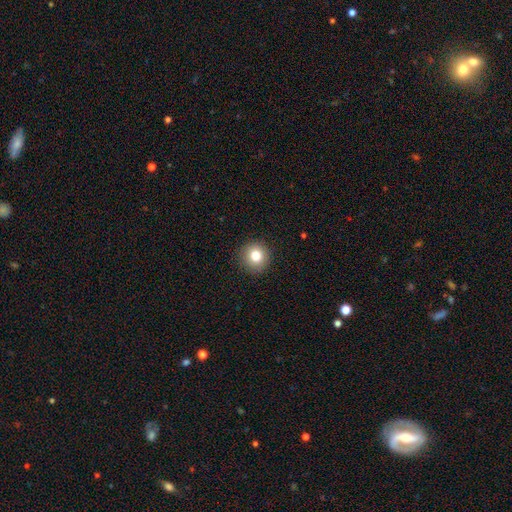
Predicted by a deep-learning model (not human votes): The model was most divided on "smooth or featured": smooth: 81%, star or artifact: 11%, featured or disk: 8%. More confident: how rounded — round (93%); merging — none (92%).